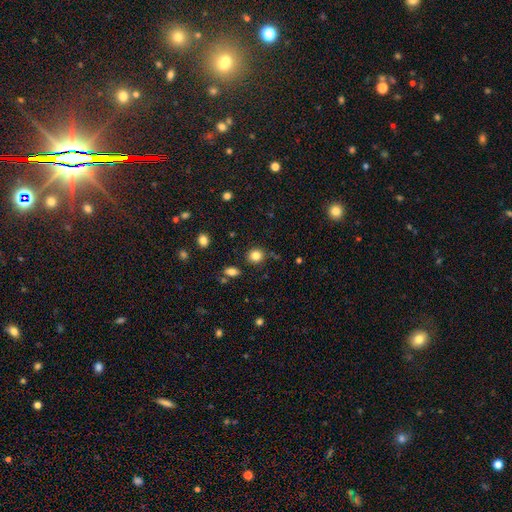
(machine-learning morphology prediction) smooth 83%, star or artifact 11%, featured or disk 5%. Down the decision tree: how rounded — round (86%); merging — none (85%).